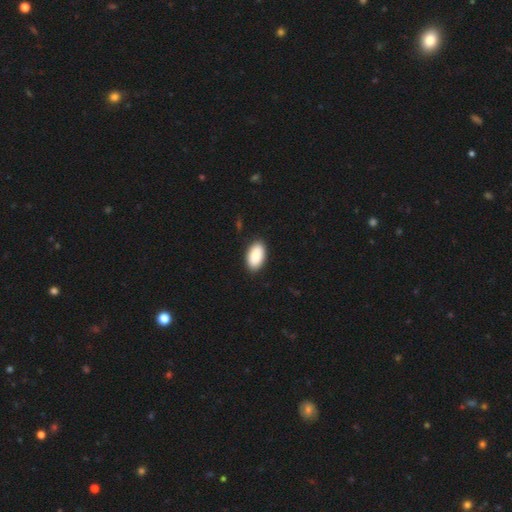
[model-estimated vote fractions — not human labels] A smooth galaxy with no disk features (89%) that is in between round and cigar-shaped (95%). Merging: none (89%).